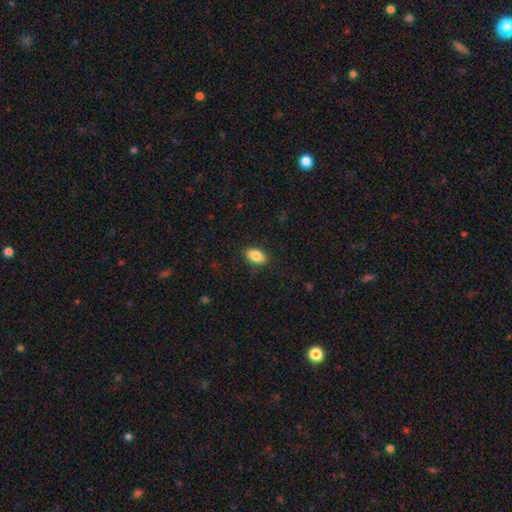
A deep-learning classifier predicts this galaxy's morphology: smooth 87%, star or artifact 8%, featured or disk 6%. Down the decision tree: how rounded — in between (91%); merging — none (86%).